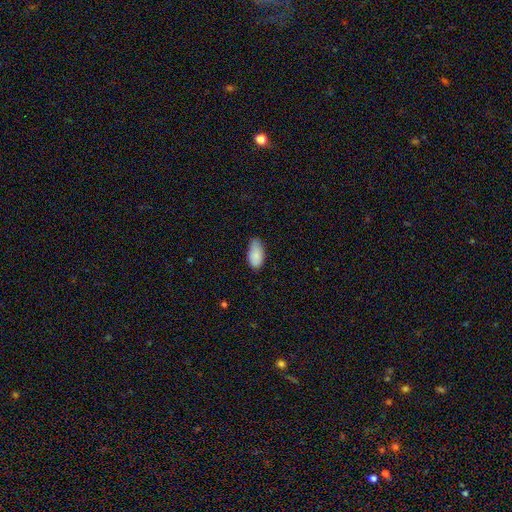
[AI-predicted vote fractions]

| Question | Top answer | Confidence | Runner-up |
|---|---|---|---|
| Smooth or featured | smooth | 87% | star or artifact (7%) |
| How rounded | in between | 94% | cigar-shaped (4%) |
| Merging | none | 57% | minor disturbance (36%) |